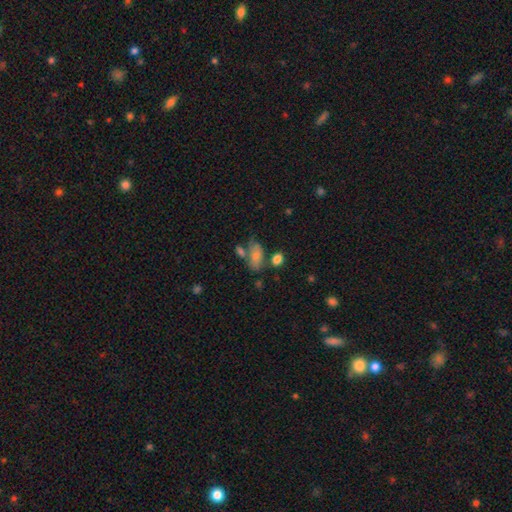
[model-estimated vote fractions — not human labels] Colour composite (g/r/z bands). It shows a smooth galaxy with no disk features (75%) that is in between round and cigar-shaped (89%). Merging: none (42%).